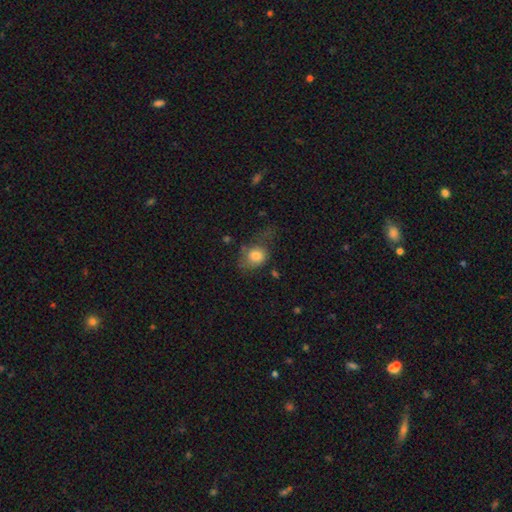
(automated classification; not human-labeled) Morphology: type=smooth (78%); roundness=round (50%); merging=none (39%).